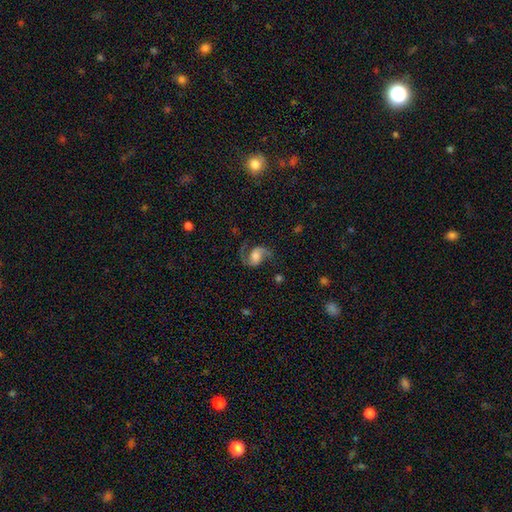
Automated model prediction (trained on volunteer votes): The model was most divided on "spiral winding": loose: 51%, medium: 41%, tight: 8%. Remaining: edge-on disk — no (98%); spiral arms — yes (96%); spiral arm count — 2 (90%); smooth or featured — featured or disk (81%); merging — none (68%); bar — no (51%); bulge size — moderate (38%).